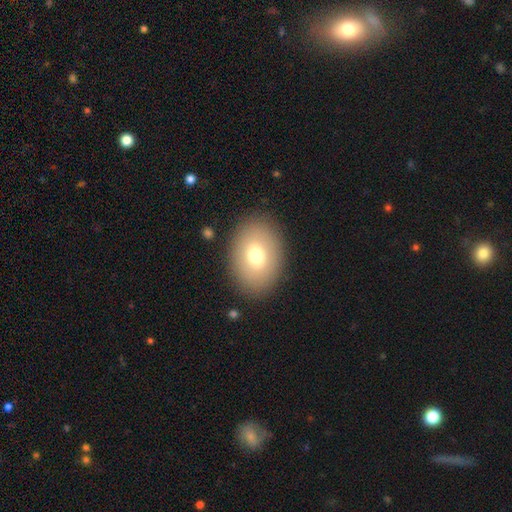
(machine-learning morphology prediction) This is likely a smooth galaxy (72%). How rounded: likely in between (78%). Merging: clearly none (87%).